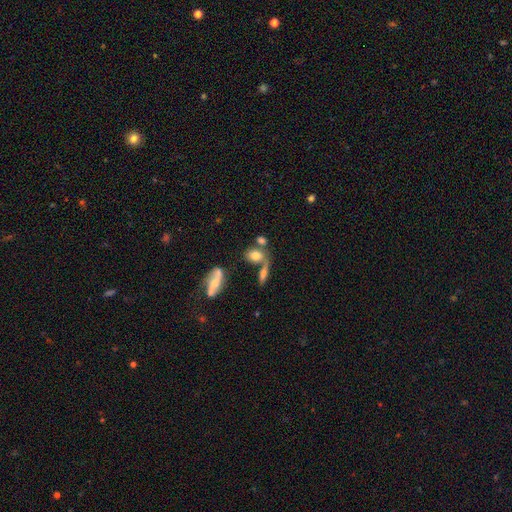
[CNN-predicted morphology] A smooth galaxy with no disk features (71%) that is in between round and cigar-shaped (68%). Merging: none (43%).